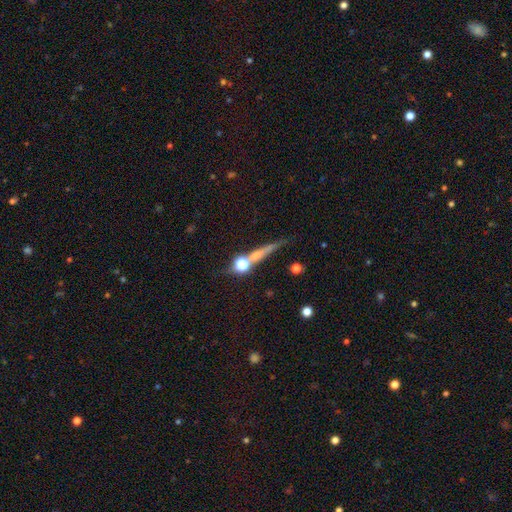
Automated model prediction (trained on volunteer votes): A smooth galaxy with no disk features (41%).

Vote fractions:
- Smooth or featured? smooth: 41% / featured or disk: 40% / star or artifact: 19%
- Merging? none: 63% / merger: 15% / minor disturbance: 14% / major disturbance: 8%